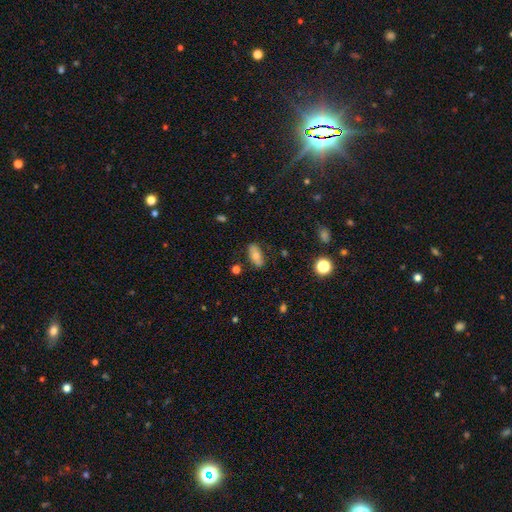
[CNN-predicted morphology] smooth-or-featured: smooth: 69% | featured or disk: 22% | star or artifact: 9%
  how-rounded: in between: 84% | cigar-shaped: 11% | round: 5%
  merging: none: 82% | minor disturbance: 13% | major disturbance: 3% | merger: 2%